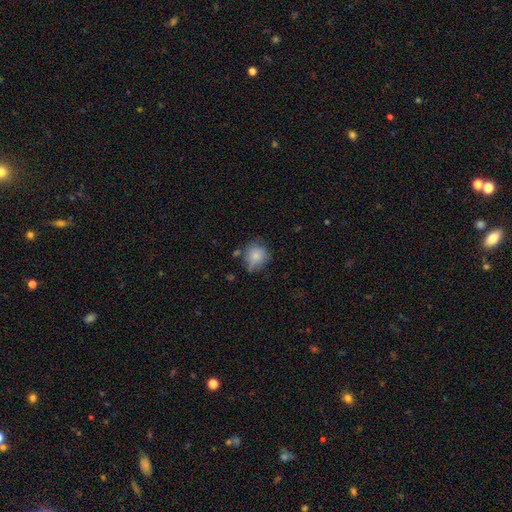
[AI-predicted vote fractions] This appears to be a smooth galaxy with no disk features (80%) that is round (79%). Merging: none (57%).